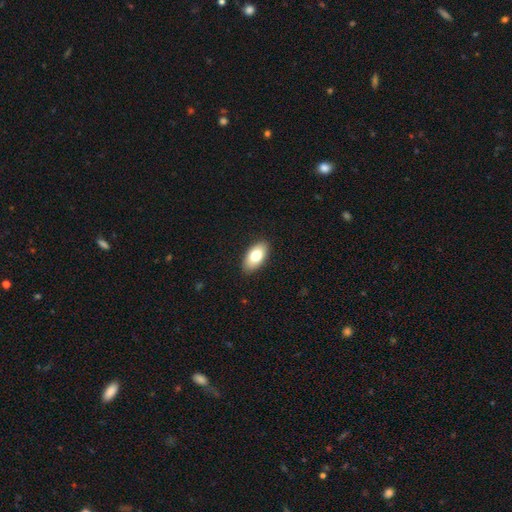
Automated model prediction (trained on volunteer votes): This is likely a smooth galaxy (77%). How rounded: clearly in between (93%). Merging: clearly none (88%).